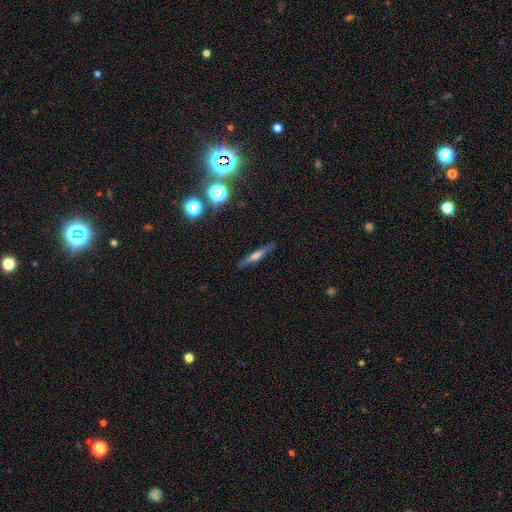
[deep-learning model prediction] smooth-or-featured: featured or disk: 60% | smooth: 30% | star or artifact: 10%
  disk-edge-on: yes: 96% | no: 4%
    edge-on-bulge: rounded: 67% | boxy: 17% | none: 16%
  merging: none: 88% | minor disturbance: 8% | major disturbance: 2% | merger: 1%